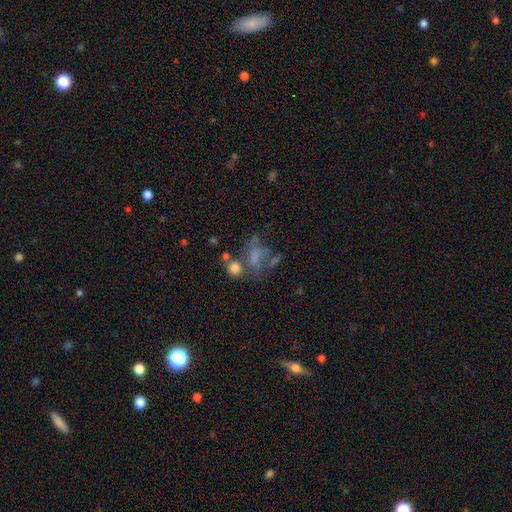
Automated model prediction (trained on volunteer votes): The model was most divided on "merging": none: 30%, major disturbance: 29%, merger: 25%, minor disturbance: 16%. Remaining: smooth or featured — smooth (45%).